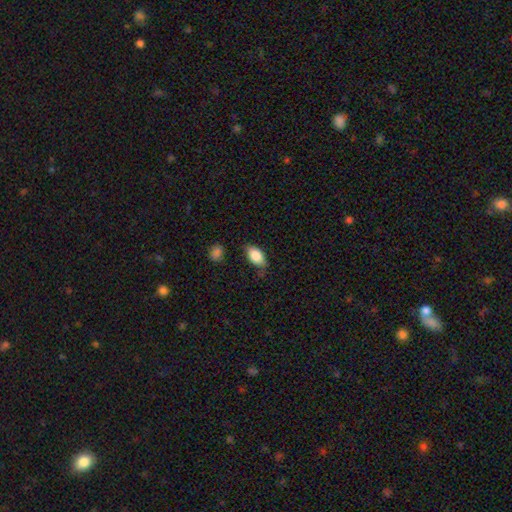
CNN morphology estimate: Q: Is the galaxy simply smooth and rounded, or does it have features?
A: smooth — 85%.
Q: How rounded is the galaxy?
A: in between — 91%.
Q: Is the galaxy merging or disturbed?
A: none — 67%.